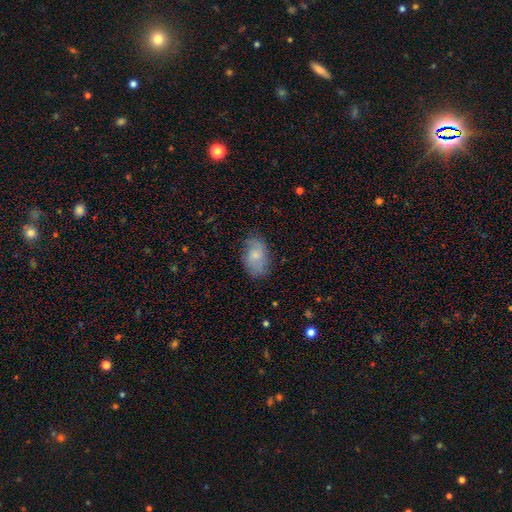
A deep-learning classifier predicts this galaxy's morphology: Smooth or featured? Predicted: smooth (p=0.53). How rounded? Predicted: in between (p=0.88). Merging? Predicted: none (p=0.73).